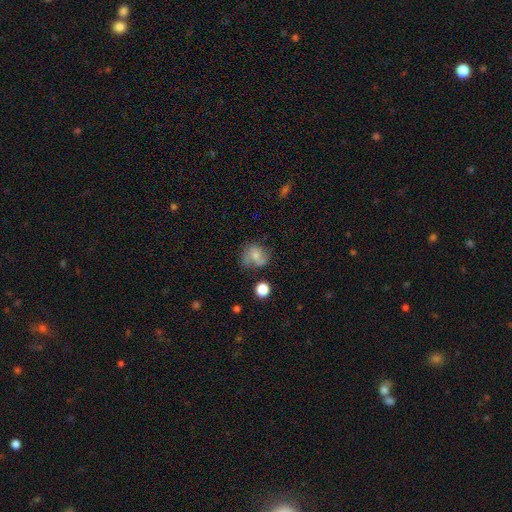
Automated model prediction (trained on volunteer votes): Q: Smooth or featured?
A: smooth (56%); runner-up: featured or disk (33%)
Q: How rounded?
A: round (65%); runner-up: in between (34%)
Q: Merging?
A: none (49%); runner-up: minor disturbance (27%)